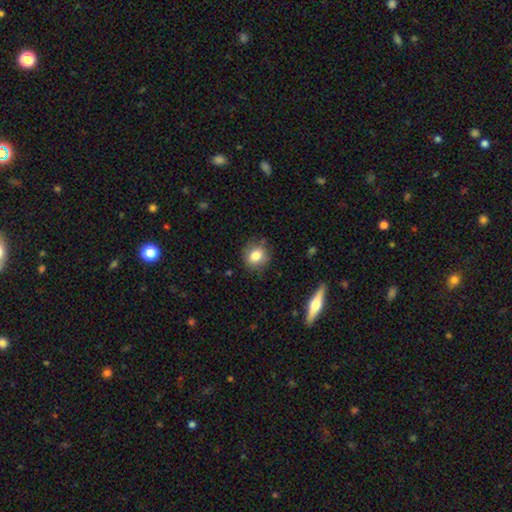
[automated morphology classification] The model was most divided on "how rounded": round: 71%, in between: 27%, cigar-shaped: 1%. More confident: merging — none (81%); smooth or featured — smooth (81%).